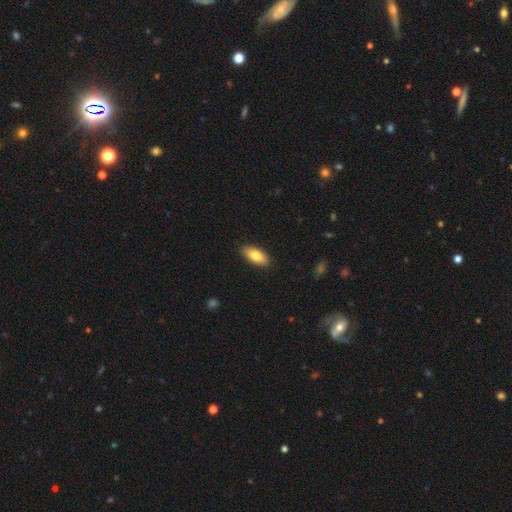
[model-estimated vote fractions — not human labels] Q: Smooth or featured?
A: smooth (79%); runner-up: featured or disk (15%)
Q: How rounded?
A: in between (86%); runner-up: cigar-shaped (12%)
Q: Merging?
A: none (89%); runner-up: minor disturbance (9%)